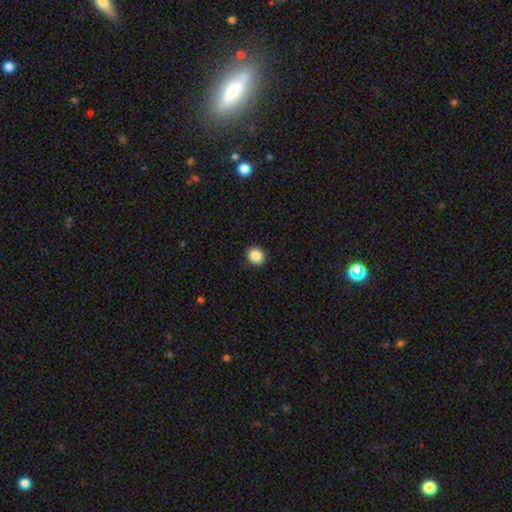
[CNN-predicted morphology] Smooth or featured? Predicted: smooth (p=0.87). How rounded? Predicted: round (p=0.75). Merging? Predicted: none (p=0.91).